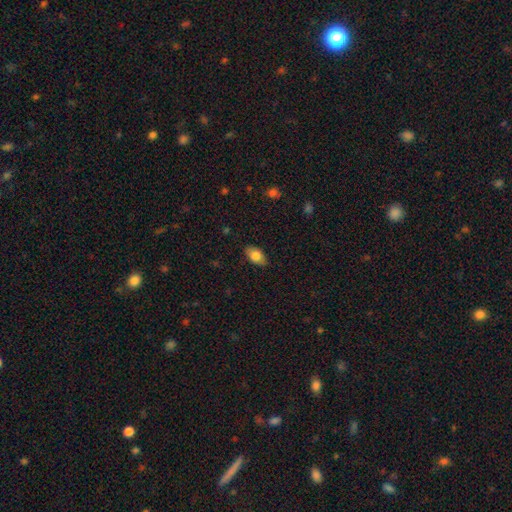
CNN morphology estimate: Q: Smooth or featured?
A: smooth (81%); runner-up: featured or disk (12%)
Q: How rounded?
A: in between (90%); runner-up: round (7%)
Q: Merging?
A: none (85%); runner-up: minor disturbance (11%)